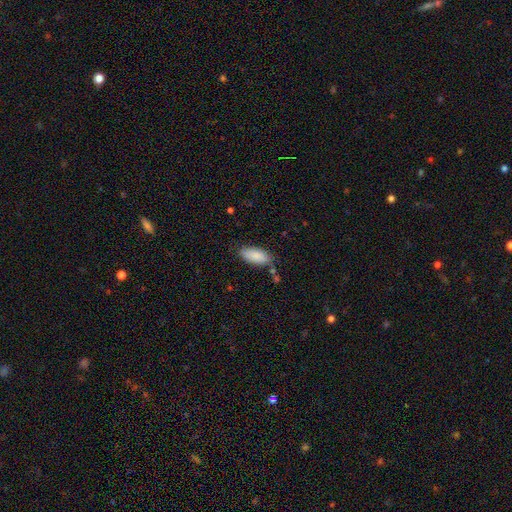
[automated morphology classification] Smooth or featured?
  - smooth: 88% *
  - star or artifact: 6%
  - featured or disk: 6%
How rounded?
  - in between: 86% *
  - cigar-shaped: 12%
  - round: 2%
Merging?
  - none: 76% *
  - minor disturbance: 17%
  - major disturbance: 3%
  - merger: 3%